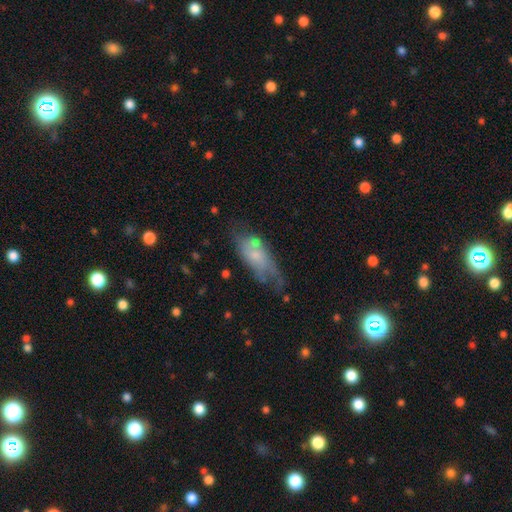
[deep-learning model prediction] This is possibly a smooth galaxy (46%, tied with featured or disk). Merging: marginally none (36%).